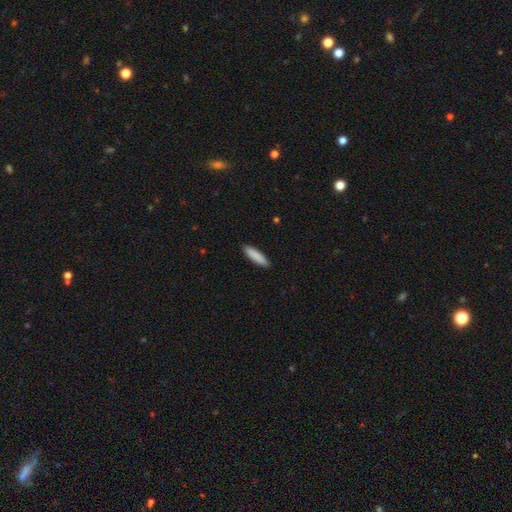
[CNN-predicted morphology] This appears to be a smooth galaxy with no disk features (88%) that is cigar-shaped (73%). Merging: none (91%).